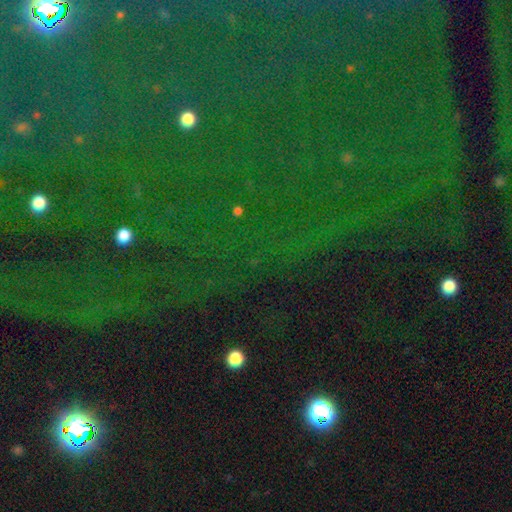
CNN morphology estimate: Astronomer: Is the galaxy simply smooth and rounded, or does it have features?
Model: star or artifact — 83%.